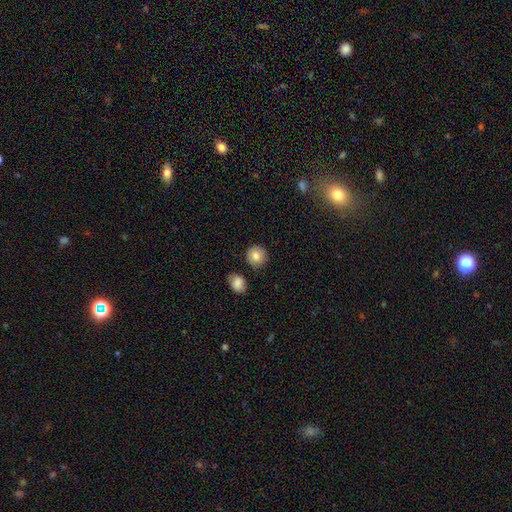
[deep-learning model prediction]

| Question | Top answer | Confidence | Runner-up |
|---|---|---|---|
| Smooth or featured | smooth | 84% | star or artifact (8%) |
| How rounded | round | 91% | in between (8%) |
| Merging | none | 86% | minor disturbance (9%) |